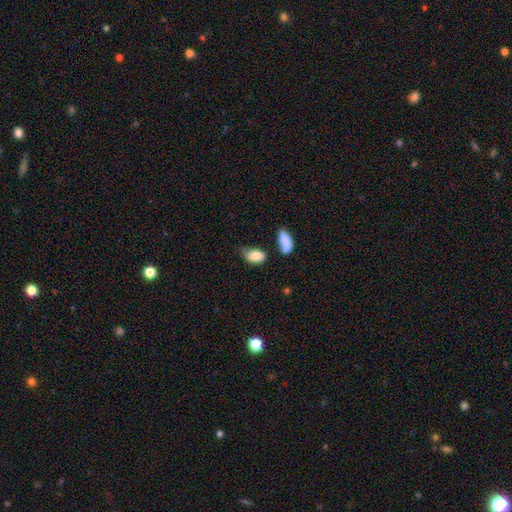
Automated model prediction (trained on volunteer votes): Smooth or featured: smooth — 84% (featured or disk — 9%)
How rounded: in between — 90% (round — 7%)
Merging: minor disturbance — 37% (none — 35%)